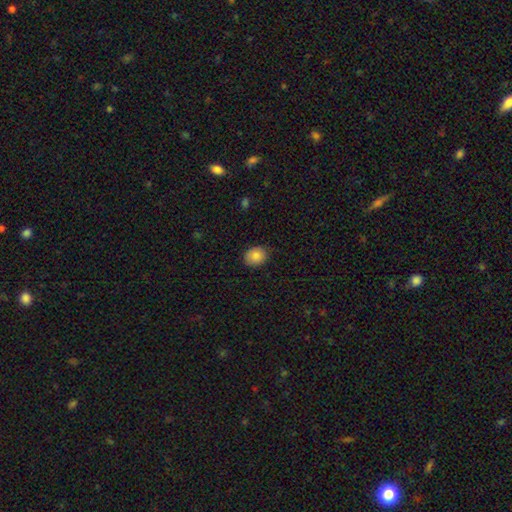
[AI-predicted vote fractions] Morphology: type=smooth (83%); roundness=round (55%); merging=none (84%).